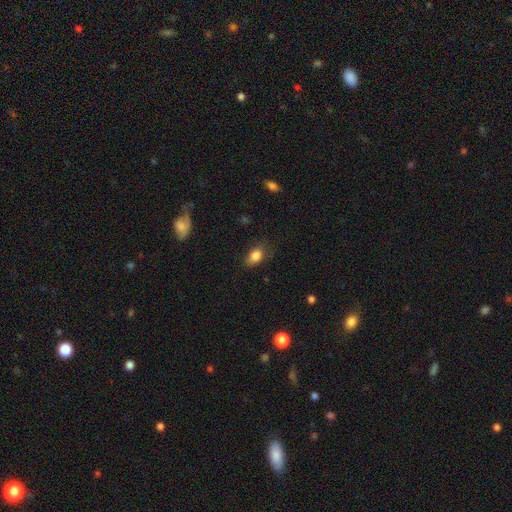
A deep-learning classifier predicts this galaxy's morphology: smooth-or-featured: smooth: 84% | star or artifact: 9% | featured or disk: 7%
  how-rounded: in between: 82% | round: 16% | cigar-shaped: 2%
  merging: none: 68% | minor disturbance: 23% | major disturbance: 7% | merger: 1%